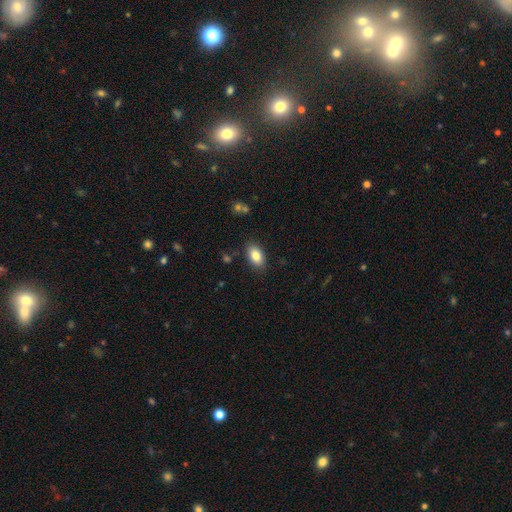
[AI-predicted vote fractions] Smooth or featured: smooth — 84% (featured or disk — 8%)
How rounded: in between — 91% (round — 7%)
Merging: none — 85% (minor disturbance — 10%)